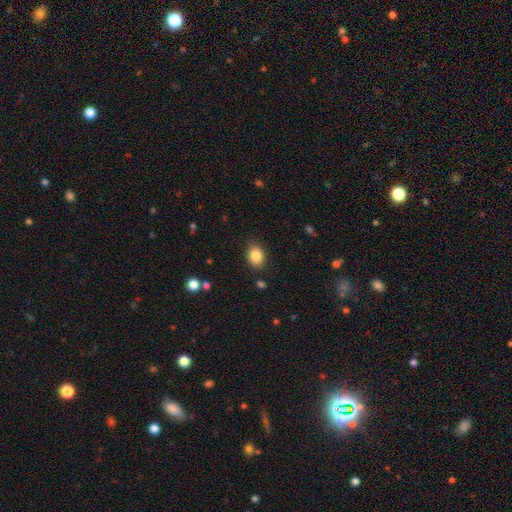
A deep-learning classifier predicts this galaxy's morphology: Smooth or featured?
  - smooth: 86% *
  - star or artifact: 9%
  - featured or disk: 6%
How rounded?
  - in between: 64% *
  - round: 35%
  - cigar-shaped: 1%
Merging?
  - none: 87% *
  - minor disturbance: 9%
  - major disturbance: 3%
  - merger: 1%